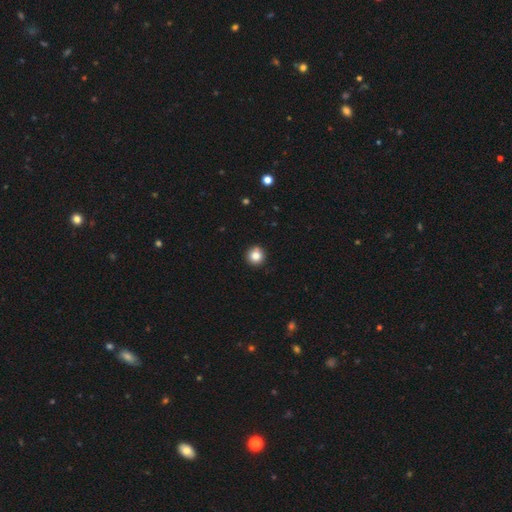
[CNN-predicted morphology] This is clearly a smooth galaxy (84%). How rounded: clearly round (94%). Merging: clearly none (88%).